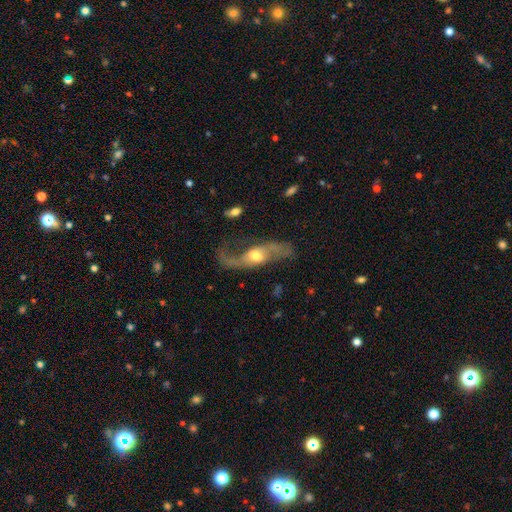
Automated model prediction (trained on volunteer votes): Q: Smooth or featured?
A: featured or disk (82%); runner-up: smooth (13%)
Q: Edge-on disk?
A: no (87%); runner-up: yes (13%)
Q: Bar?
A: no (47%); runner-up: weak (37%)
Q: Spiral arms?
A: yes (90%); runner-up: no (10%)
Q: Spiral winding?
A: loose (78%); runner-up: medium (18%)
Q: Spiral arm count?
A: 2 (87%); runner-up: 1 (6%)
Q: Bulge size?
A: moderate (64%); runner-up: small (20%)
Q: Merging?
A: none (57%); runner-up: major disturbance (21%)